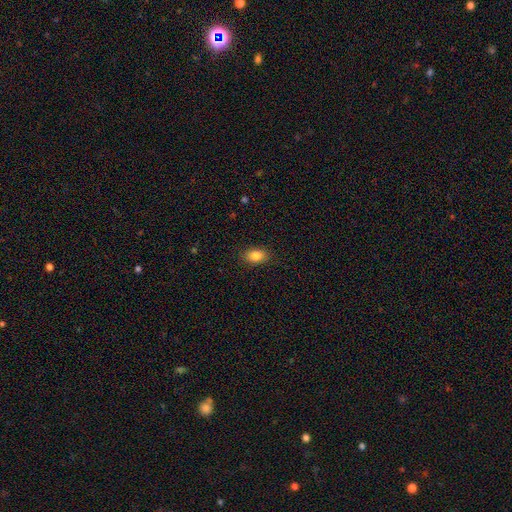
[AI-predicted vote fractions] Smooth or featured? smooth (85%)
How rounded? in between (84%)
Merging? none (87%)